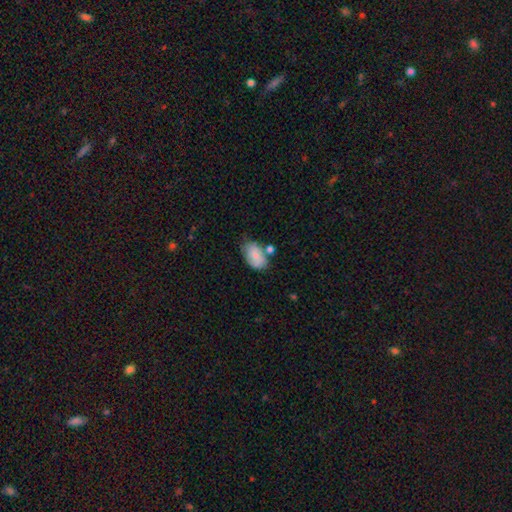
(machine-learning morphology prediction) Smooth or featured?
  - smooth: 79% *
  - featured or disk: 14%
  - star or artifact: 7%
How rounded?
  - in between: 91% *
  - round: 8%
  - cigar-shaped: 1%
Merging?
  - none: 56% *
  - minor disturbance: 24%
  - merger: 14%
  - major disturbance: 6%